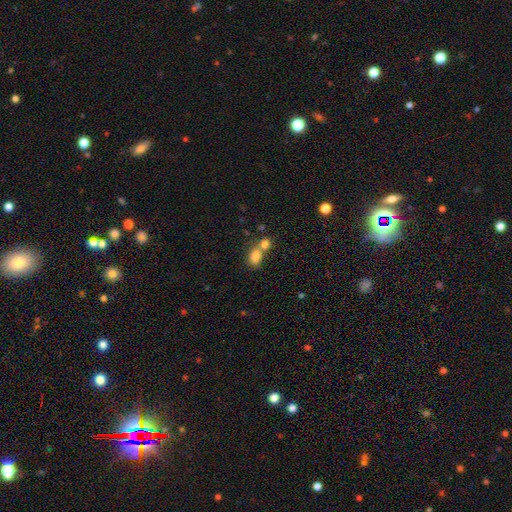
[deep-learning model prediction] Overall: smooth (80%). How rounded: in between (73%). Merging: merger (56%; none 32%).